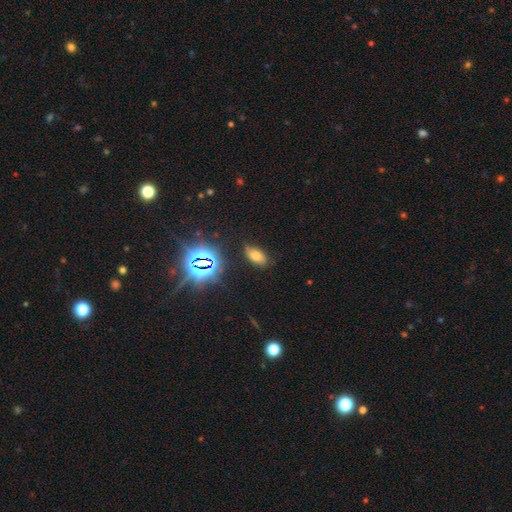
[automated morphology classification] A smooth galaxy with no disk features (63%) that is in between round and cigar-shaped (90%). Merging: none (79%).